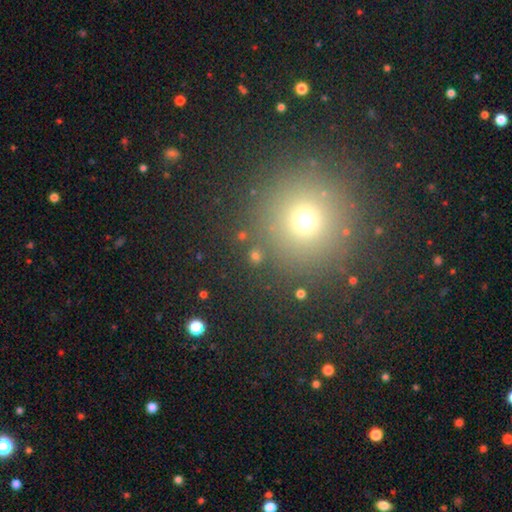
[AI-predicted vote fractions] Smooth or featured: smooth — 61% (star or artifact — 30%)
How rounded: round — 93% (in between — 5%)
Merging: none — 86% (minor disturbance — 6%)